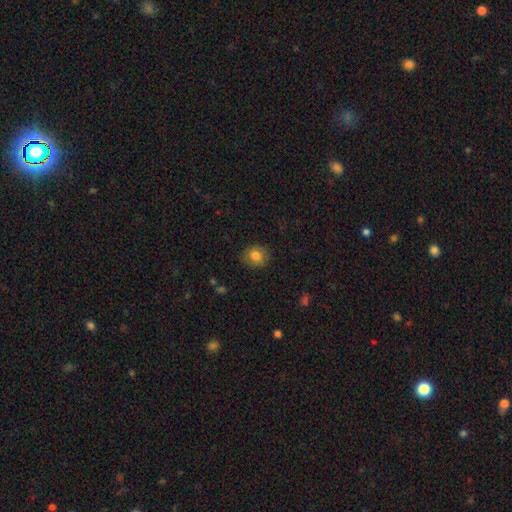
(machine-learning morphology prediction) This is clearly a smooth galaxy (81%). How rounded: likely round (72%). Merging: clearly none (86%).